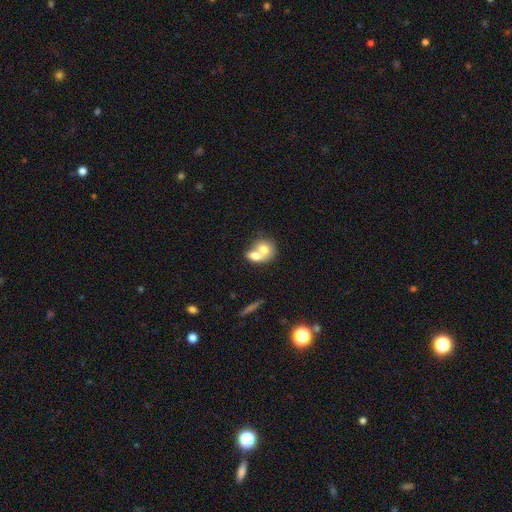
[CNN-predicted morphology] The model was most divided on "how rounded" (2-way tie): in between: 49%, round: 49%, cigar-shaped: 2%. More confident: merging — merger (71%); smooth or featured — smooth (69%).